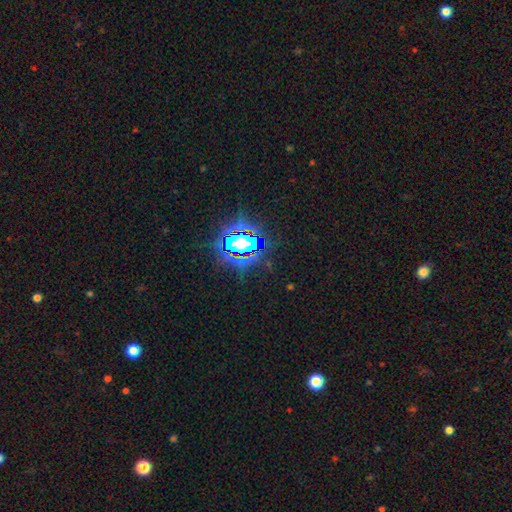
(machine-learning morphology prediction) Overall: star or artifact (82%).